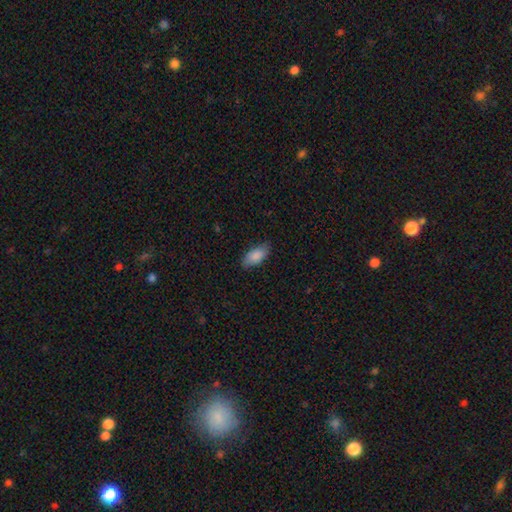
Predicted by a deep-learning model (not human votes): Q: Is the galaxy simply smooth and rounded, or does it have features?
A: smooth — 87%.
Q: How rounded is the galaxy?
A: in between — 89%.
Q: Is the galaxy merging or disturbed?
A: none — 80%.